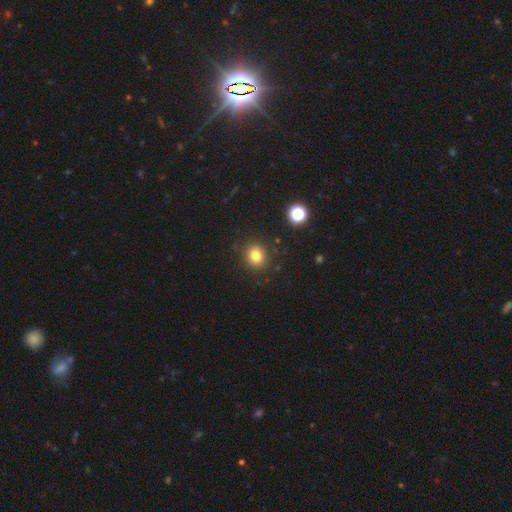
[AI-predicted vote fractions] Overall: smooth (80%). How rounded: round (73%). Merging: none (88%).